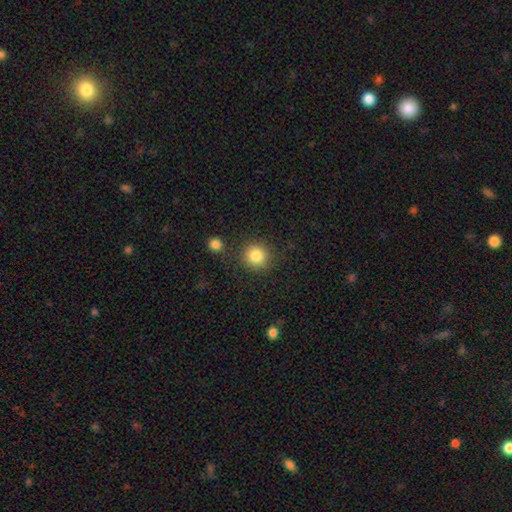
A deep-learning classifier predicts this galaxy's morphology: Smooth or featured?
  - smooth: 85% *
  - star or artifact: 10%
  - featured or disk: 5%
How rounded?
  - round: 91% *
  - in between: 8%
  - cigar-shaped: 1%
Merging?
  - none: 85% *
  - minor disturbance: 7%
  - merger: 5%
  - major disturbance: 3%